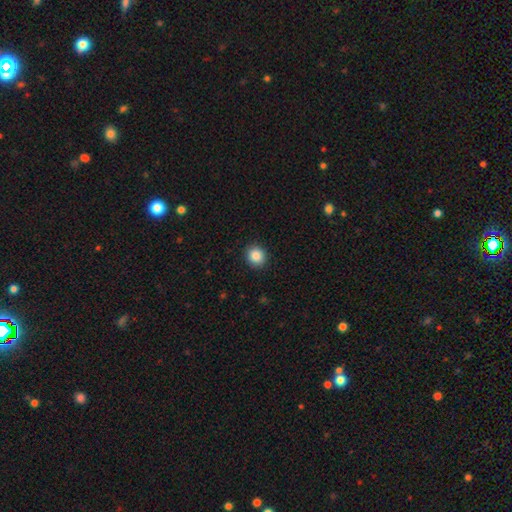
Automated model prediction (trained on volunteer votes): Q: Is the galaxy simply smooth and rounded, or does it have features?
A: smooth — 87%.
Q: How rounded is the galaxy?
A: round — 89%.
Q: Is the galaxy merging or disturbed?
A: none — 92%.